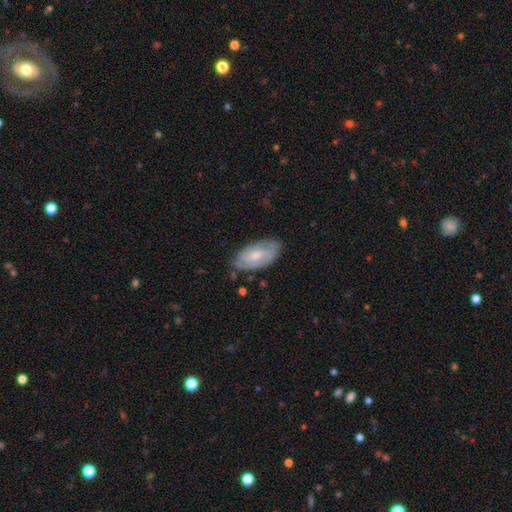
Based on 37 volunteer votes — smooth_or_featured: smooth (p=0.57) [alt: featured or disk p=0.43]
how_rounded: in between (p=0.95) [alt: round p=0.05]
merging: none (p=0.65) [alt: minor disturbance p=0.22]